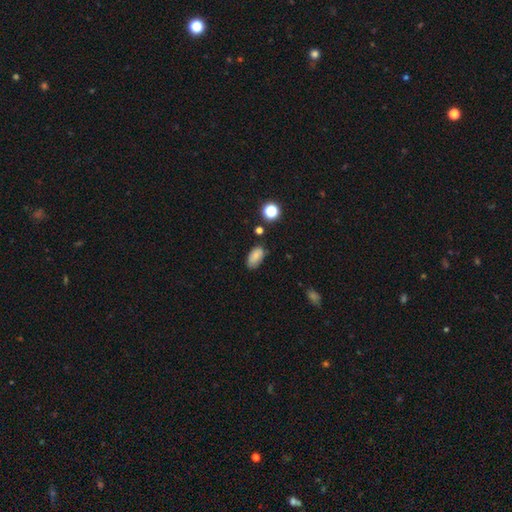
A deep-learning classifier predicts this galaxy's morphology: smooth_or_featured: smooth (p=0.81) [alt: star or artifact p=0.10]
how_rounded: in between (p=0.92) [alt: round p=0.05]
merging: none (p=0.70) [alt: minor disturbance p=0.23]